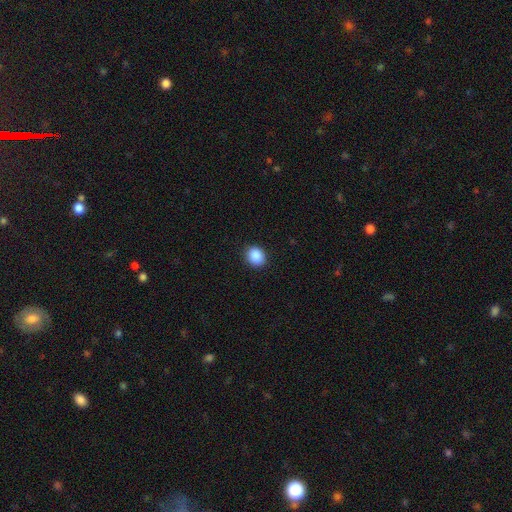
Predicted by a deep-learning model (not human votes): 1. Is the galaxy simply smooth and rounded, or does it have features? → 89% smooth, 8% star or artifact, 3% featured or disk.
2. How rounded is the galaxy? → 65% round, 34% in between, 1% cigar-shaped.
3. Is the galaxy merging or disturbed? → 90% none, 7% minor disturbance, 2% major disturbance, 1% merger.